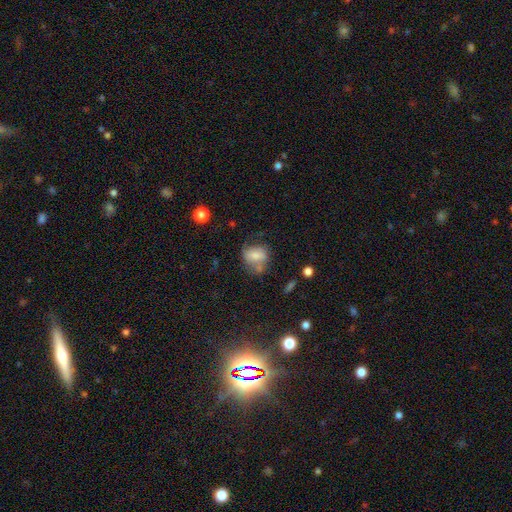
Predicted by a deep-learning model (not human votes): Smooth or featured?
  - smooth: 63% *
  - featured or disk: 27%
  - star or artifact: 10%
How rounded?
  - round: 50% *
  - in between: 49%
  - cigar-shaped: 2%
Merging?
  - none: 43% *
  - minor disturbance: 26%
  - major disturbance: 16%
  - merger: 15%